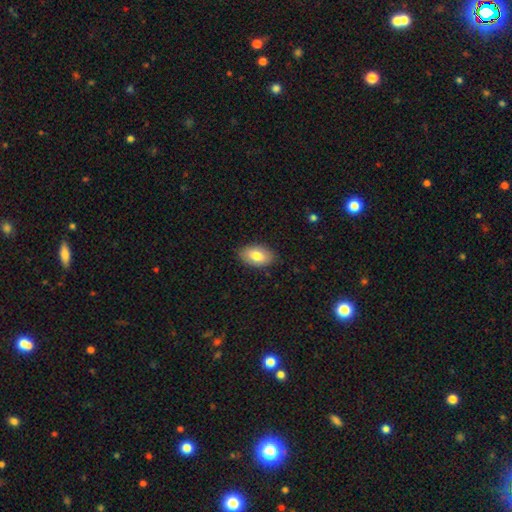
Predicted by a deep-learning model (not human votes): A smooth galaxy with no disk features (78%) that is in between round and cigar-shaped (92%).

Vote fractions:
- Smooth or featured? smooth: 78% / featured or disk: 16% / star or artifact: 6%
- How rounded? in between: 92% / round: 7% / cigar-shaped: 1%
- Merging? none: 86% / minor disturbance: 11% / major disturbance: 2% / merger: 1%